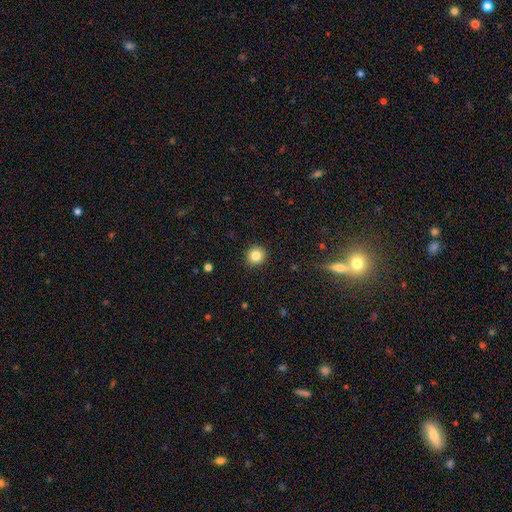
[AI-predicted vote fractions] This is clearly a smooth galaxy (84%). How rounded: clearly round (90%). Merging: clearly none (91%).